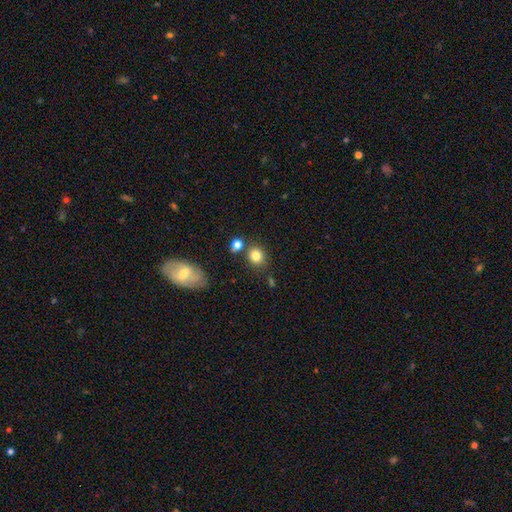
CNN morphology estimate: This appears to be a smooth galaxy with no disk features (81%) that is round (74%). Merging: none (72%).